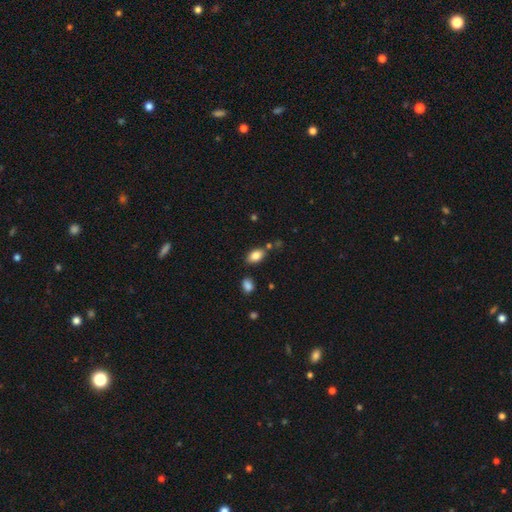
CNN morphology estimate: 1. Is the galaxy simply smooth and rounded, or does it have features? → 83% smooth, 8% featured or disk, 8% star or artifact.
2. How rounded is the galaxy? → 90% in between, 8% round, 3% cigar-shaped.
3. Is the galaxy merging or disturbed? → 74% none, 14% minor disturbance, 8% merger, 3% major disturbance.